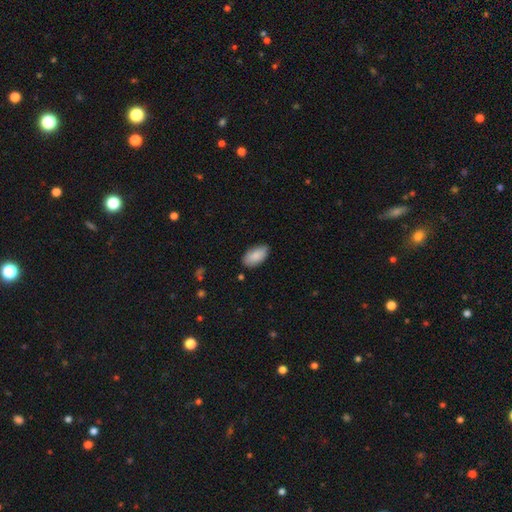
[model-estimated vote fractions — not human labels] The model was most divided on "merging": none: 80%, minor disturbance: 16%, major disturbance: 3%, merger: 1%. More confident: how rounded — in between (95%); smooth or featured — smooth (86%).